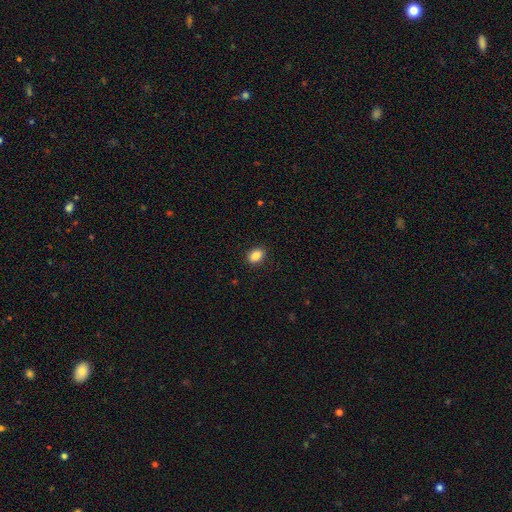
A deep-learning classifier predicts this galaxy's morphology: A smooth galaxy with no disk features (87%) that is in between round and cigar-shaped (80%).

Vote fractions:
- Smooth or featured? smooth: 87% / star or artifact: 9% / featured or disk: 5%
- How rounded? in between: 80% / round: 19% / cigar-shaped: 2%
- Merging? none: 89% / minor disturbance: 8% / major disturbance: 2% / merger: 1%